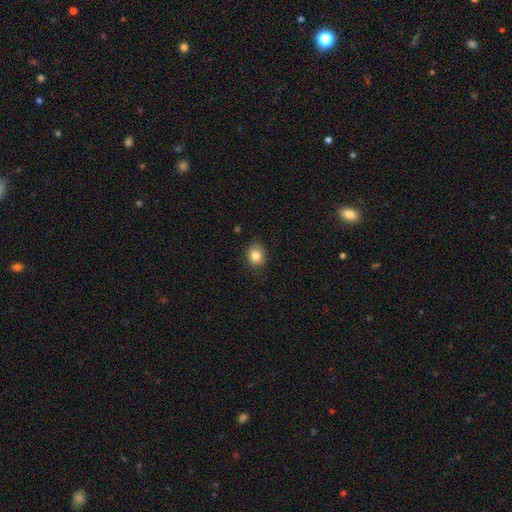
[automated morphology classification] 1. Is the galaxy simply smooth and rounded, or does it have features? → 82% smooth, 10% star or artifact, 7% featured or disk.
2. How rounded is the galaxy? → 57% round, 42% in between, 1% cigar-shaped.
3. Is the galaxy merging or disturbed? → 84% none, 12% minor disturbance, 2% major disturbance, 1% merger.